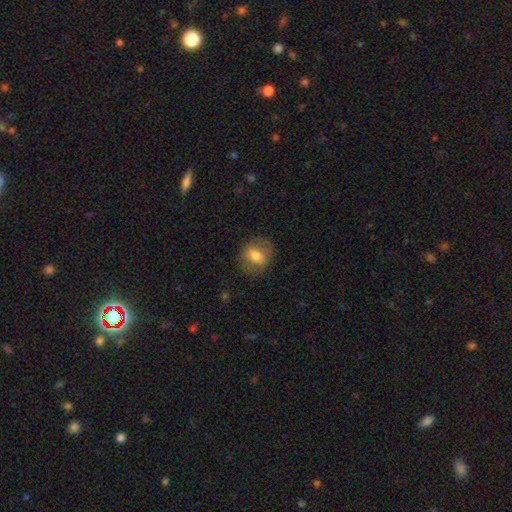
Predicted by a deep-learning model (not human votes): Smooth or featured?
  - smooth: 65% *
  - featured or disk: 27%
  - star or artifact: 8%
How rounded?
  - in between: 50% *
  - round: 48%
  - cigar-shaped: 2%
Merging?
  - none: 79% *
  - minor disturbance: 14%
  - major disturbance: 6%
  - merger: 1%